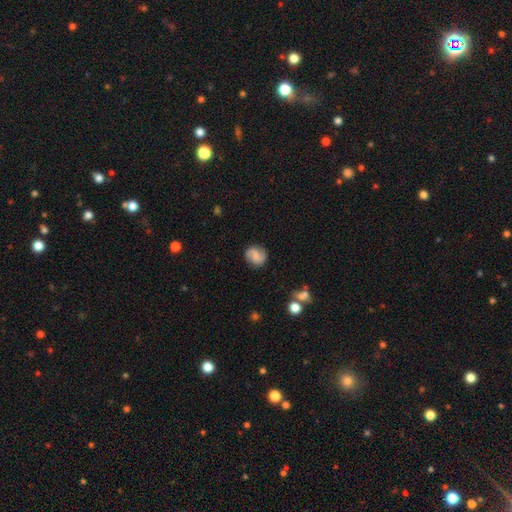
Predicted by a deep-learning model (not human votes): Smooth or featured? featured or disk (60%)
Edge-on disk? no (98%)
Bar? weak (47%)
Spiral arms? yes (93%)
Spiral winding? medium (45%)
Spiral arm count? 2 (89%)
Bulge size? none (37%)
Merging? none (82%)